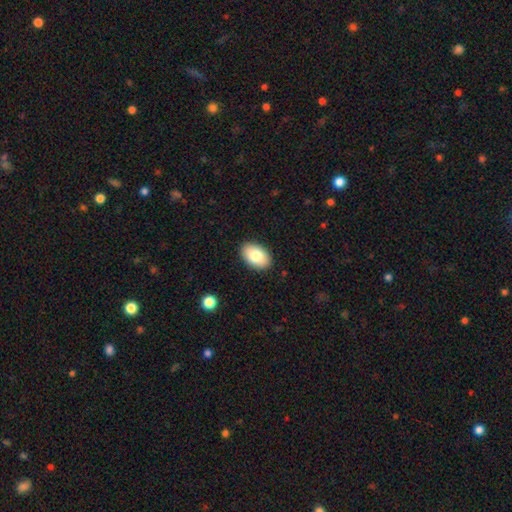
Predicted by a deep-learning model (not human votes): smooth_or_featured: smooth (p=0.81) [alt: featured or disk p=0.12]
how_rounded: in between (p=0.89) [alt: round p=0.10]
merging: none (p=0.89) [alt: minor disturbance p=0.08]